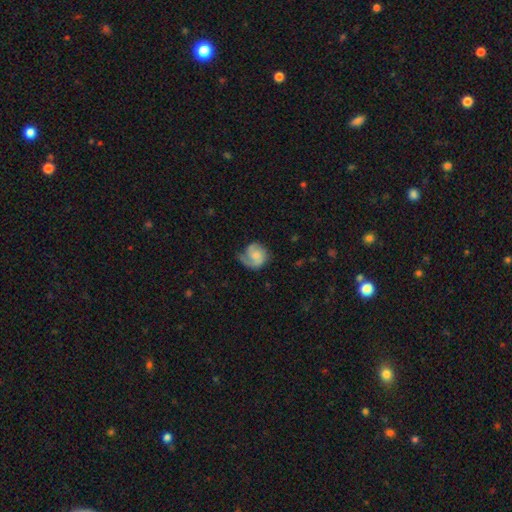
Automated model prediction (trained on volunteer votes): Smooth or featured? Predicted: featured or disk (p=0.61). Edge-on disk? Predicted: no (p=0.98). Bar? Predicted: no (p=0.69). Spiral arms? Predicted: yes (p=0.91). Spiral winding? Predicted: medium (p=0.39, tied with tight). Spiral arm count? Predicted: 1 (p=0.46). Bulge size? Predicted: small (p=0.32). Merging? Predicted: none (p=0.51).